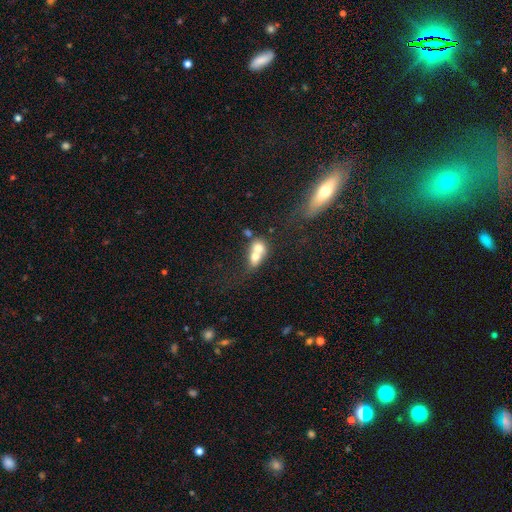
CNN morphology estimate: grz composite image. It shows a smooth galaxy with no disk features (64%) that is in between round and cigar-shaped (50%). Merging: merger (73%).